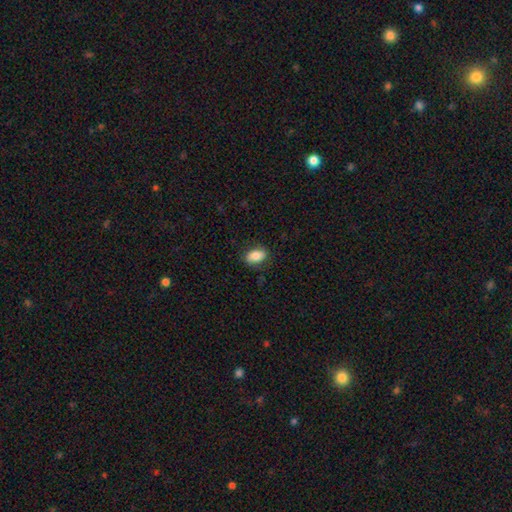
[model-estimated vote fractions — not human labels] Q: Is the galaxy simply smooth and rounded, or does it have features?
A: smooth — 80%.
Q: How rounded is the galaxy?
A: in between — 89%.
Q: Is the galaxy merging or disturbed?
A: none — 81%.